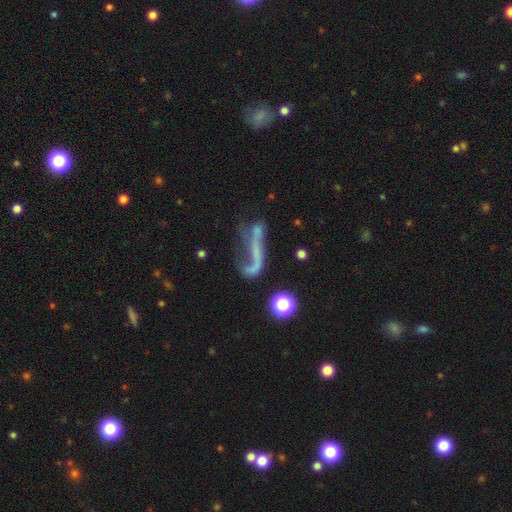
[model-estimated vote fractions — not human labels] featured or disk 59%, smooth 24%, star or artifact 17%. Down the decision tree: edge-on disk — no (81%); merging — major disturbance (39%).